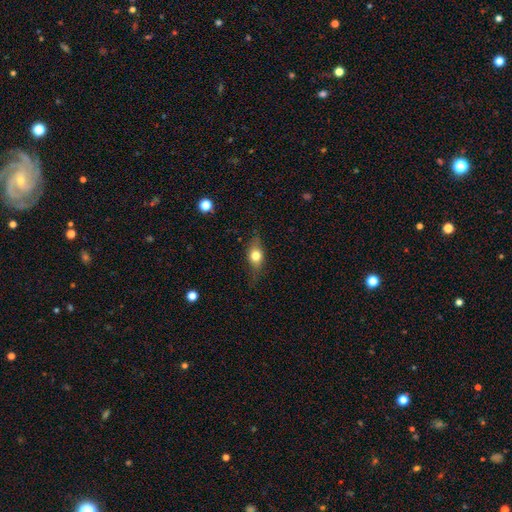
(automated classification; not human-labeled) This is likely a smooth galaxy (65%). How rounded: likely in between (64%). Merging: likely none (72%).